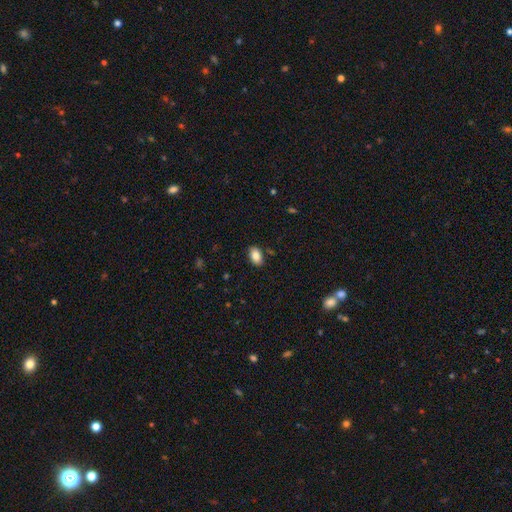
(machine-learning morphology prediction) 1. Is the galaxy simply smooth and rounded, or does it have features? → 85% smooth, 8% star or artifact, 7% featured or disk.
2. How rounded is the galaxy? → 90% in between, 8% round, 2% cigar-shaped.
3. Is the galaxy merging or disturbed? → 87% none, 9% minor disturbance, 2% major disturbance, 2% merger.